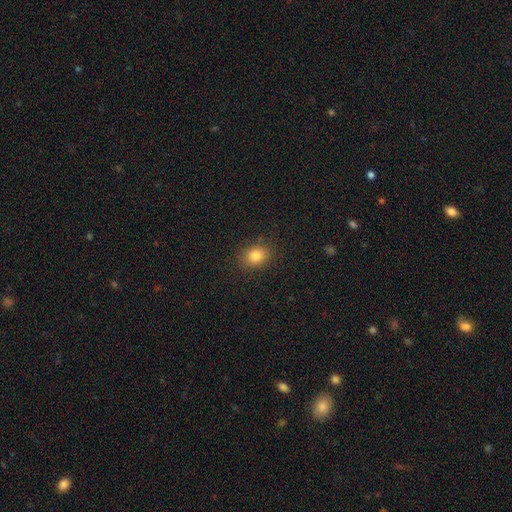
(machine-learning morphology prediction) Smooth or featured?
  - smooth: 82% *
  - star or artifact: 12%
  - featured or disk: 6%
How rounded?
  - round: 55% *
  - in between: 44%
  - cigar-shaped: 1%
Merging?
  - none: 87% *
  - minor disturbance: 9%
  - major disturbance: 3%
  - merger: 1%